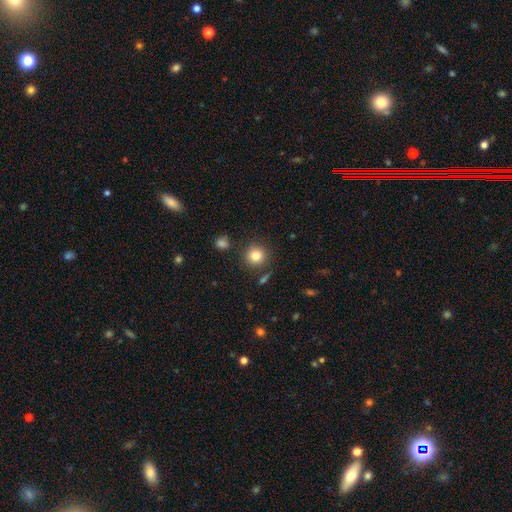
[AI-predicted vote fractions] smooth-or-featured: smooth: 83% | star or artifact: 11% | featured or disk: 7%
  how-rounded: round: 93% | in between: 6% | cigar-shaped: 1%
  merging: none: 85% | minor disturbance: 8% | merger: 4% | major disturbance: 3%